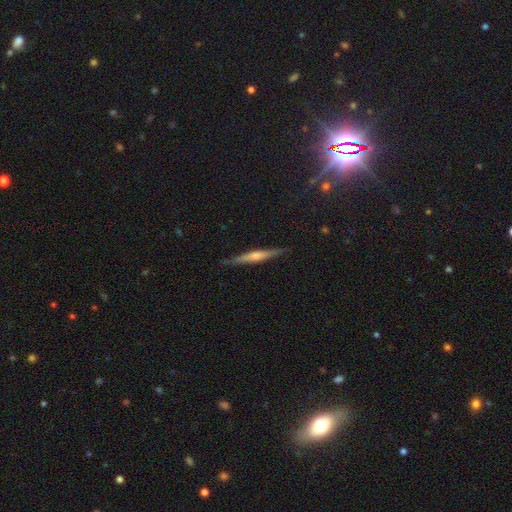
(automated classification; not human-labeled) smooth_or_featured: featured or disk (p=0.71) [alt: smooth p=0.20]
disk_edge_on: yes (p=0.97) [alt: no p=0.03]
edge_on_bulge: rounded (p=0.73) [alt: none p=0.16]
merging: none (p=0.89) [alt: minor disturbance p=0.08]